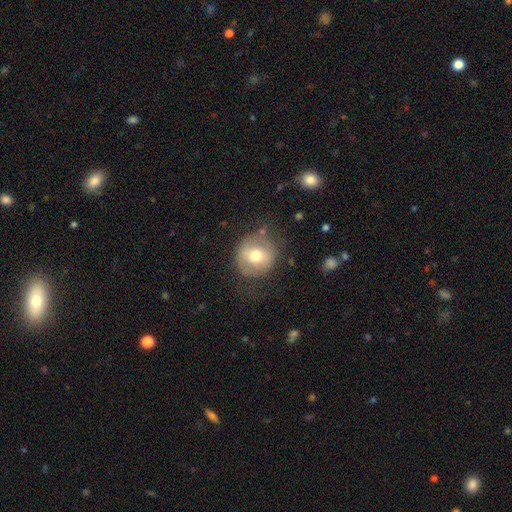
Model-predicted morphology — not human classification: smooth-or-featured: smooth: 59% | featured or disk: 34% | star or artifact: 7%
  how-rounded: round: 86% | in between: 13% | cigar-shaped: 1%
  merging: none: 71% | minor disturbance: 18% | major disturbance: 9% | merger: 2%